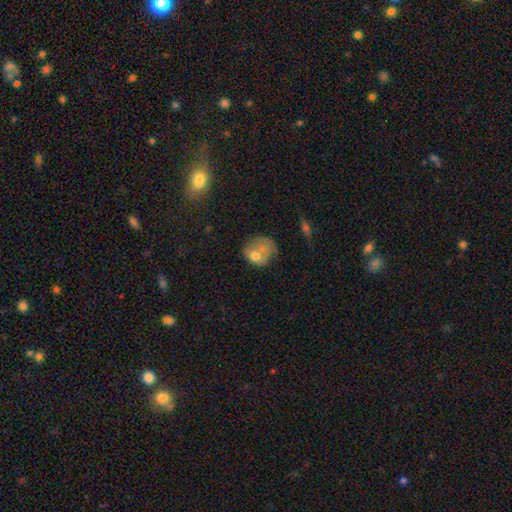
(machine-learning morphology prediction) The model was most divided on "merging": none: 31%, major disturbance: 27%, minor disturbance: 27%, merger: 15%. More confident: smooth or featured — smooth (62%); how rounded — round (59%).